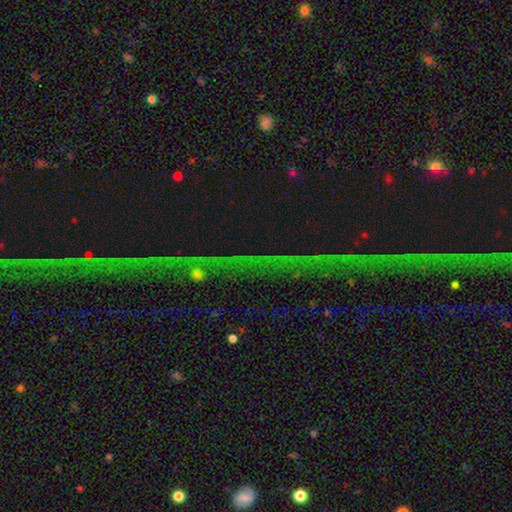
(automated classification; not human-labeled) star or artifact 76%, featured or disk 14%, smooth 11%.